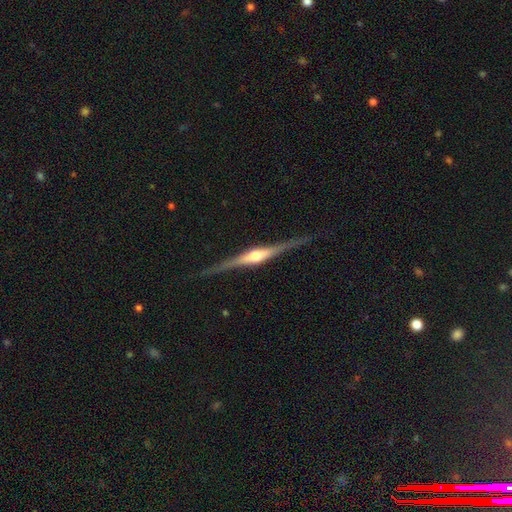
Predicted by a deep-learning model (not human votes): Smooth or featured: featured or disk — 83% (smooth — 12%)
Edge-on disk: yes — 98% (no — 2%)
Edge-on bulge: rounded — 88% (boxy — 9%)
Merging: none — 85% (minor disturbance — 11%)